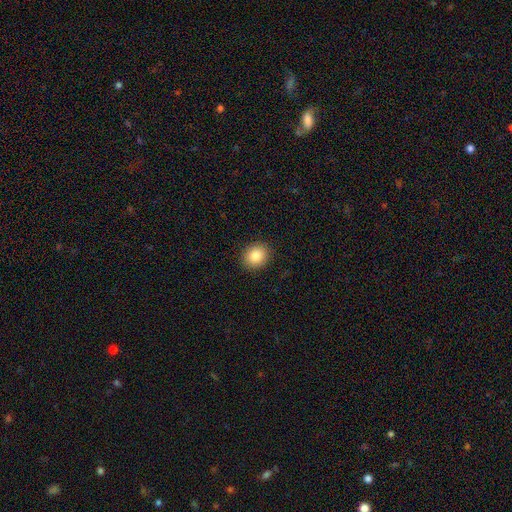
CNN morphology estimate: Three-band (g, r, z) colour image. It shows a smooth galaxy with no disk features (86%) that is round (70%). Merging: none (90%).